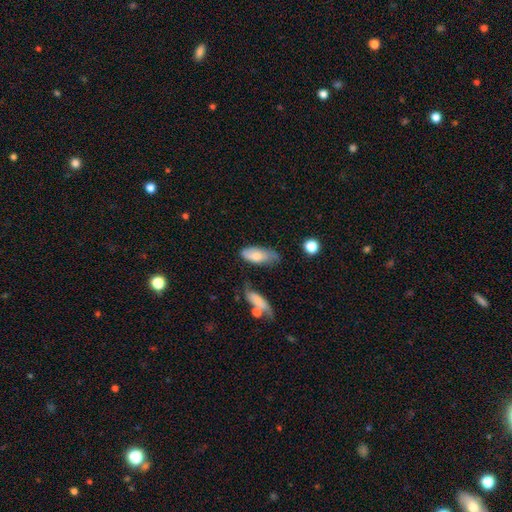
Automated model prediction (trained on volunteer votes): smooth 72%, featured or disk 22%, star or artifact 7%. Down the decision tree: how rounded — in between (82%); merging — minor disturbance (39%).